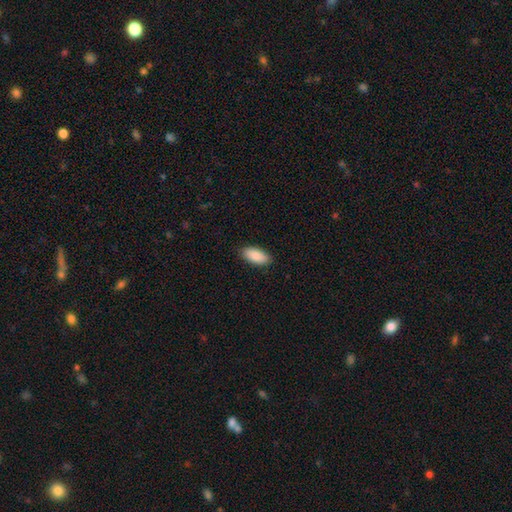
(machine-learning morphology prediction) Overall: smooth (89%). How rounded: in between (93%). Merging: none (89%).